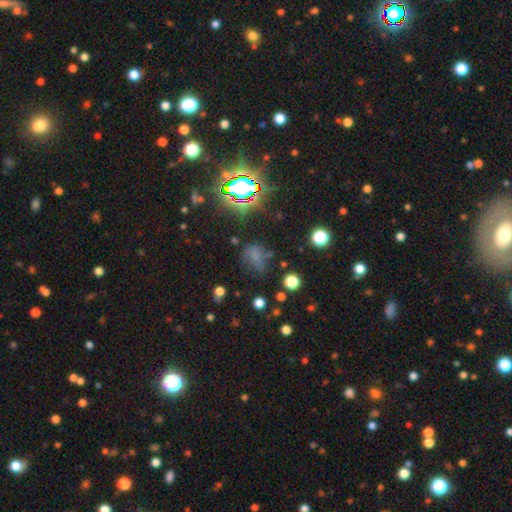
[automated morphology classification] This appears to be a smooth galaxy with no disk features (52%) that is in between round and cigar-shaped (58%). Merging: none (50%).